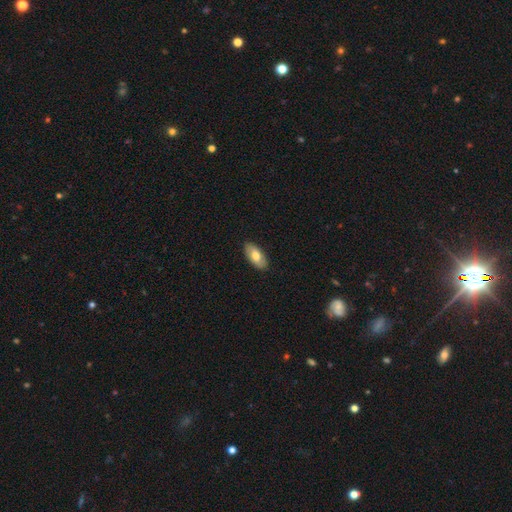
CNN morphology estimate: Overall: smooth (74%). How rounded: in between (93%). Merging: none (88%).